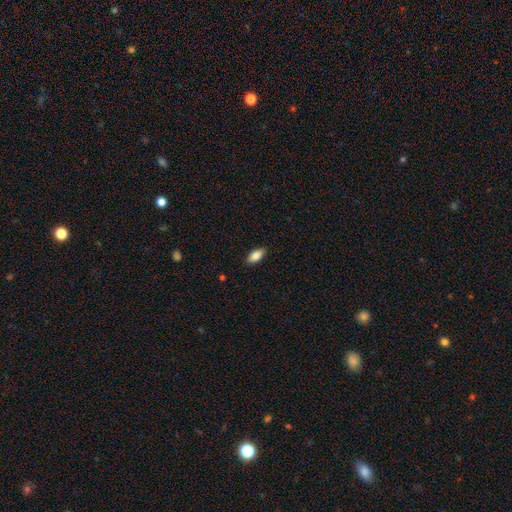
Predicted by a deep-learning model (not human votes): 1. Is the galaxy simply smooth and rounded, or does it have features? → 83% smooth, 10% featured or disk, 7% star or artifact.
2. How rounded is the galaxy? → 87% in between, 11% cigar-shaped, 2% round.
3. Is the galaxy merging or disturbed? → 88% none, 9% minor disturbance, 2% major disturbance, 1% merger.